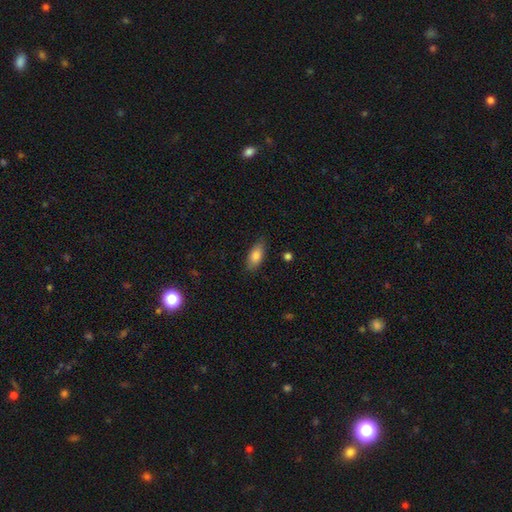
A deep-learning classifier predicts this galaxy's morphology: smooth_or_featured: smooth (p=0.82) [alt: featured or disk p=0.10]
how_rounded: in between (p=0.85) [alt: cigar-shaped p=0.12]
merging: none (p=0.81) [alt: minor disturbance p=0.14]